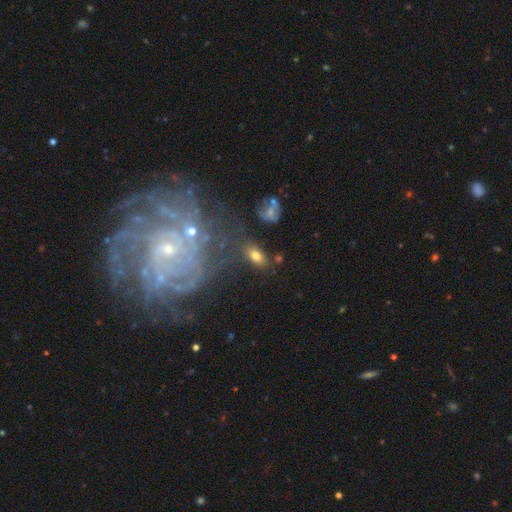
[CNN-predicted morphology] Smooth or featured? Predicted: smooth (p=0.74). How rounded? Predicted: in between (p=0.89). Merging? Predicted: none (p=0.74).